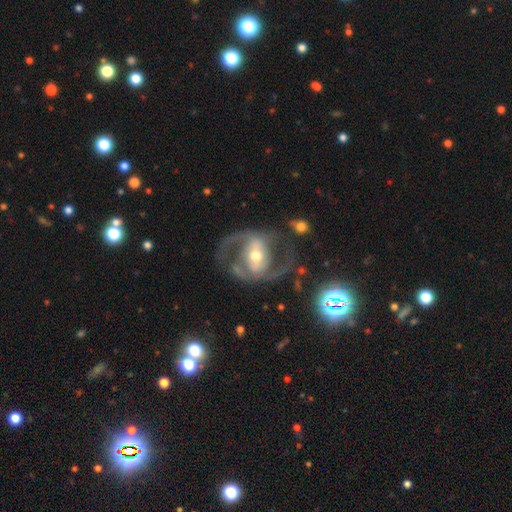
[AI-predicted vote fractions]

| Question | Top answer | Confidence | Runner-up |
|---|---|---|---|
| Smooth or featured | featured or disk | 85% | smooth (10%) |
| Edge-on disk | no | 96% | yes (4%) |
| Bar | strong | 50% | weak (31%) |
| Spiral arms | yes | 83% | no (17%) |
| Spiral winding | medium | 55% | loose (27%) |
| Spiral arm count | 2 | 87% | can't tell (6%) |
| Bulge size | moderate | 67% | small (22%) |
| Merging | none | 65% | major disturbance (17%) |